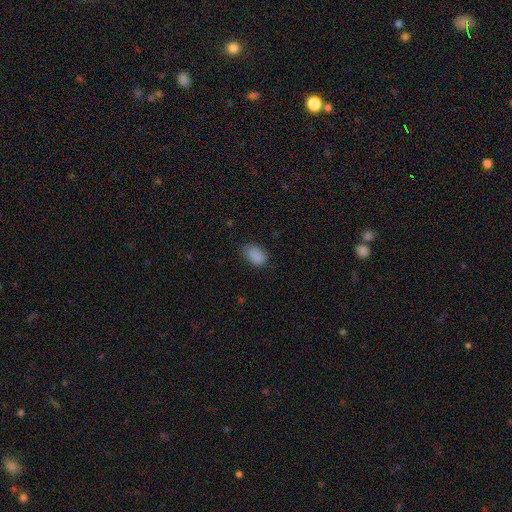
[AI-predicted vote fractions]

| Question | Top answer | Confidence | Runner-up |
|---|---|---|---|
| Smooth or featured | smooth | 87% | star or artifact (9%) |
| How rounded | in between | 88% | round (10%) |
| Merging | none | 72% | minor disturbance (22%) |